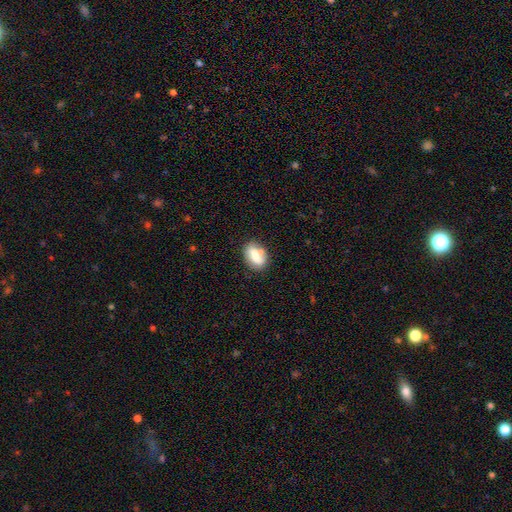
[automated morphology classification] smooth-or-featured: smooth: 71% | featured or disk: 21% | star or artifact: 8%
  how-rounded: in between: 79% | round: 18% | cigar-shaped: 3%
  merging: none: 63% | minor disturbance: 19% | merger: 13% | major disturbance: 5%